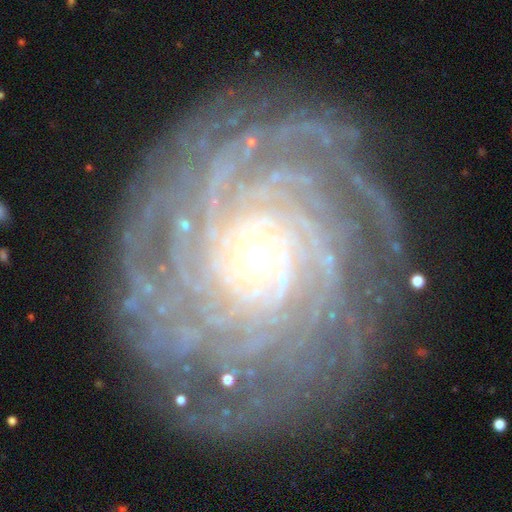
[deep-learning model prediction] featured or disk 92%, star or artifact 5%, smooth 3%. Down the decision tree: edge-on disk — no (97%); bar — no (71%); spiral arms — yes (98%); spiral arm count — more than 4 (40%); spiral winding — tight (81%); bulge size — moderate (50%); merging — none (77%).